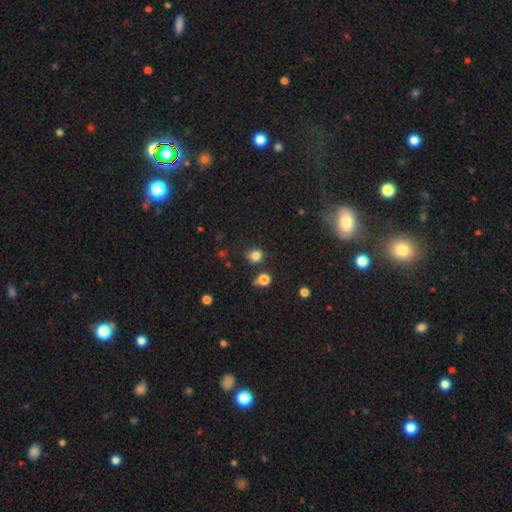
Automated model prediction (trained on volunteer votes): smooth-or-featured: smooth: 81% | star or artifact: 15% | featured or disk: 5%
  how-rounded: round: 83% | in between: 16% | cigar-shaped: 1%
  merging: none: 78% | minor disturbance: 12% | merger: 6% | major disturbance: 4%